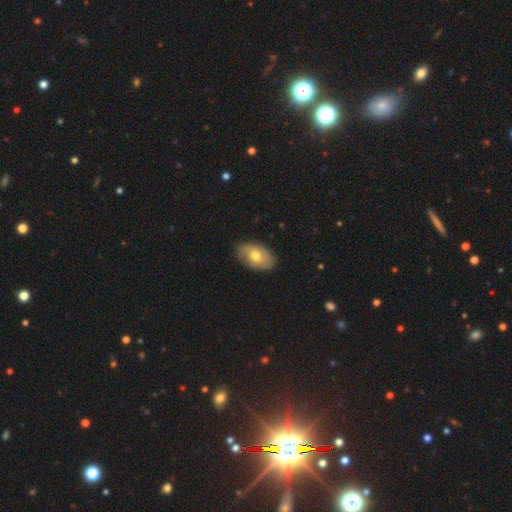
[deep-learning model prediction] Morphology: type=smooth (64%); roundness=in between (90%); merging=none (84%).